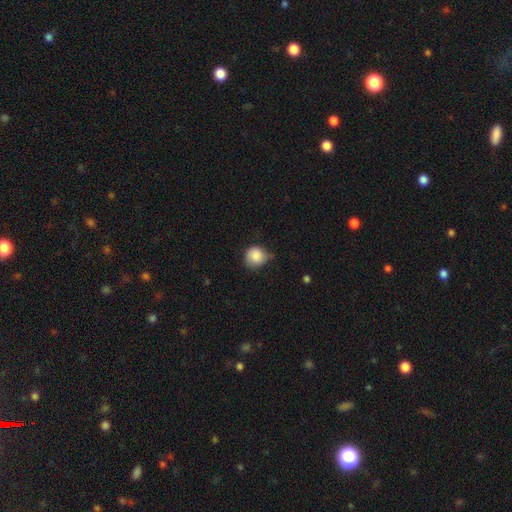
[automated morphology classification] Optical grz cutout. It shows a smooth galaxy with no disk features (85%) that is round (83%). Merging: none (46%).